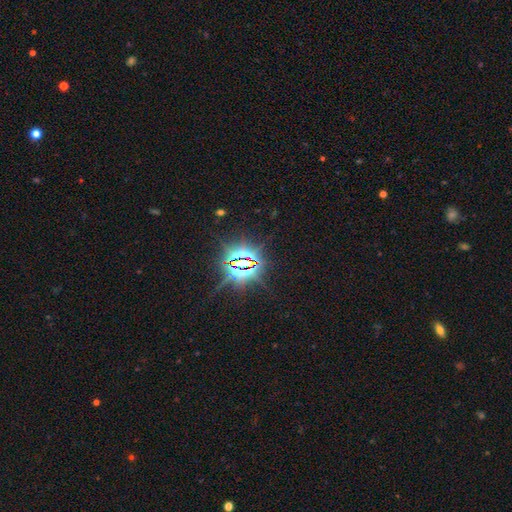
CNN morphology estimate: smooth-or-featured: star or artifact: 84% | smooth: 9% | featured or disk: 8%